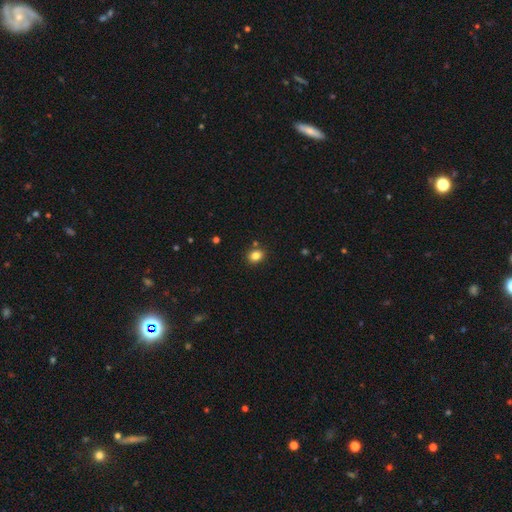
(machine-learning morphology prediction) This appears to be a smooth galaxy with no disk features (83%) that is round (58%). Merging: none (84%).